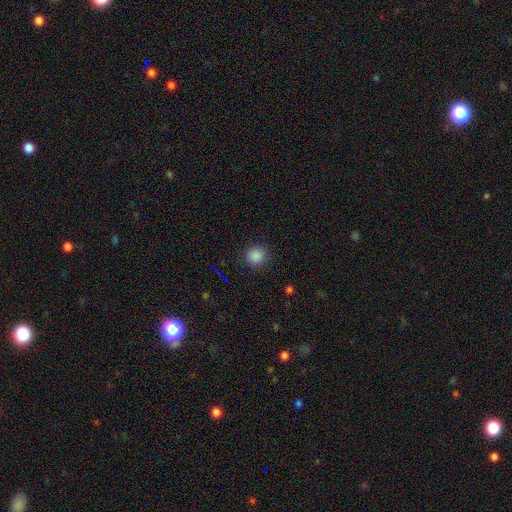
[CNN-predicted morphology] A smooth galaxy with no disk features (85%) that is round (90%). Merging: none (89%).